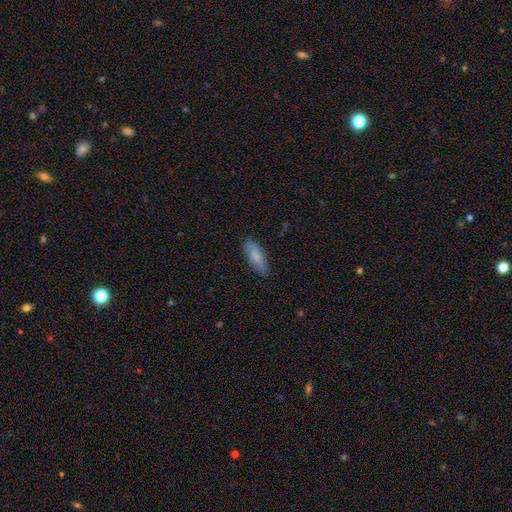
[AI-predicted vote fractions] smooth 78%, featured or disk 16%, star or artifact 6%. Down the decision tree: how rounded — in between (71%); merging — none (82%).